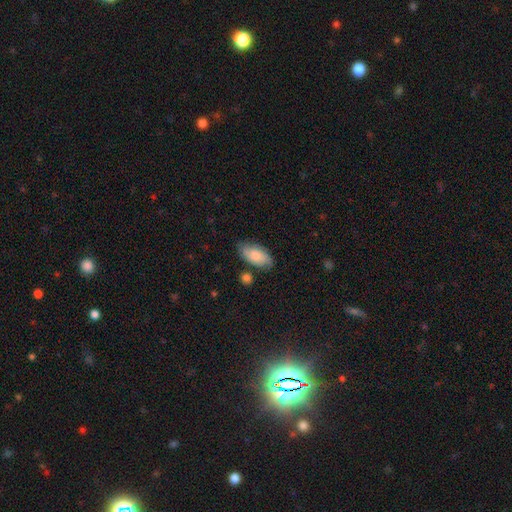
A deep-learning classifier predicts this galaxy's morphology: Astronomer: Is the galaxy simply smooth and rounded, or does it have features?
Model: smooth — 69%.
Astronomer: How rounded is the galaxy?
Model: in between — 92%.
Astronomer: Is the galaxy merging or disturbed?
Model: none — 72%.